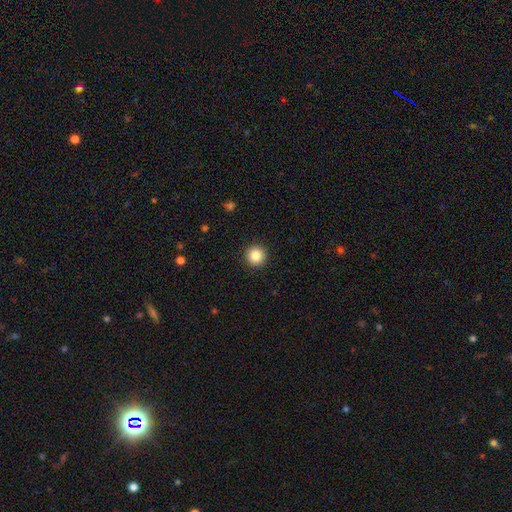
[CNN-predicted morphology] Smooth or featured? smooth (86%)
How rounded? round (96%)
Merging? none (93%)